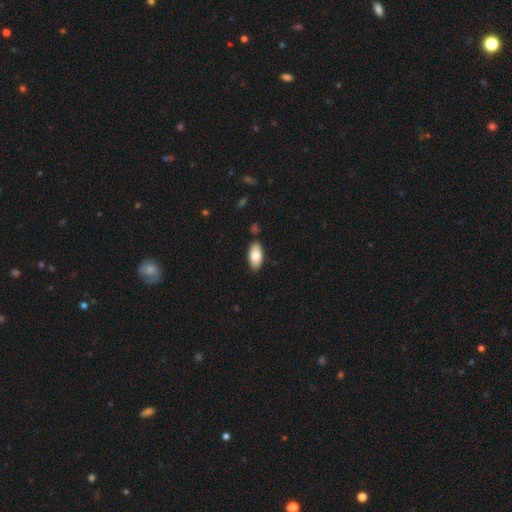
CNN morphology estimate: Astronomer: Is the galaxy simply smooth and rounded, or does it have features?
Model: smooth — 81%.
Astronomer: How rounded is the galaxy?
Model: in between — 93%.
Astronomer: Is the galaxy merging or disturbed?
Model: none — 84%.